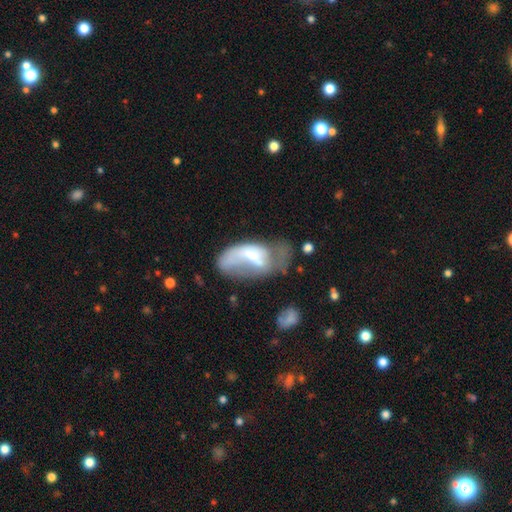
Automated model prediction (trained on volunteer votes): A featured or disk galaxy (51%). Merging: major disturbance (47%).